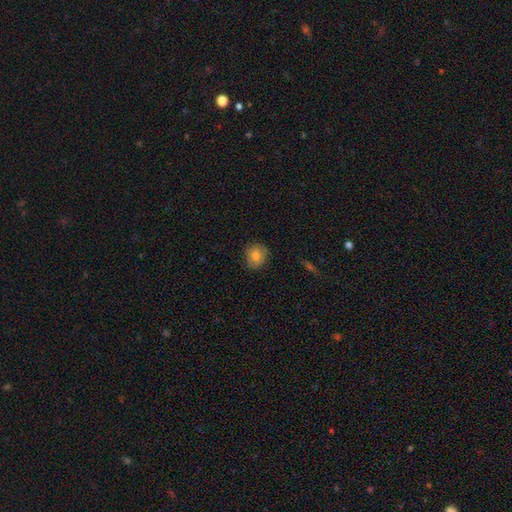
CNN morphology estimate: smooth_or_featured: smooth (p=0.78) [alt: featured or disk p=0.13]
how_rounded: round (p=0.76) [alt: in between p=0.23]
merging: none (p=0.83) [alt: minor disturbance p=0.14]